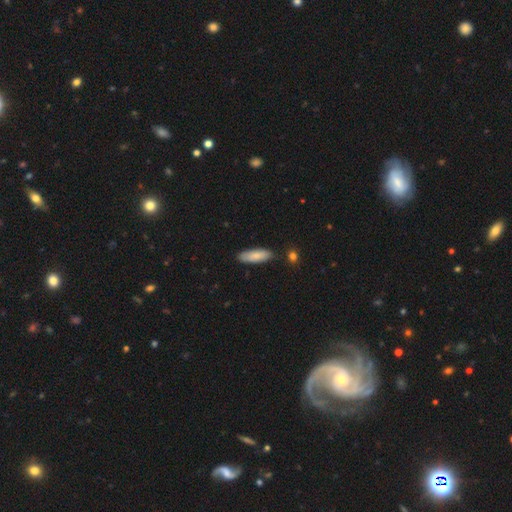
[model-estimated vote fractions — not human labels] Morphology: type=smooth (82%); roundness=in between (56%); merging=none (83%).